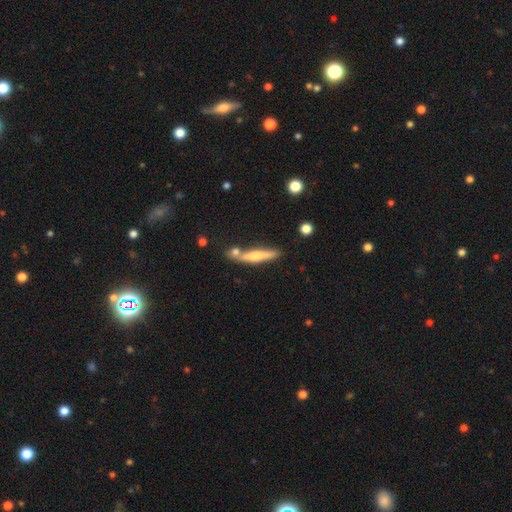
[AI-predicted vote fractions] Smooth or featured? Predicted: featured or disk (p=0.51). Edge-on disk? Predicted: yes (p=0.94). Merging? Predicted: none (p=0.71).